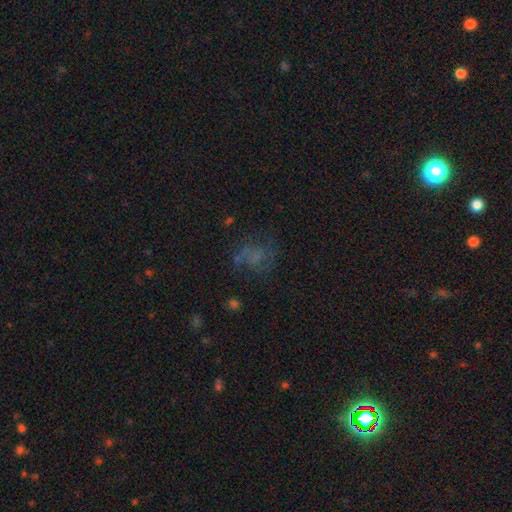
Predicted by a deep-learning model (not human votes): Smooth or featured: featured or disk — 43% (smooth — 36%)
Merging: none — 52% (major disturbance — 24%)